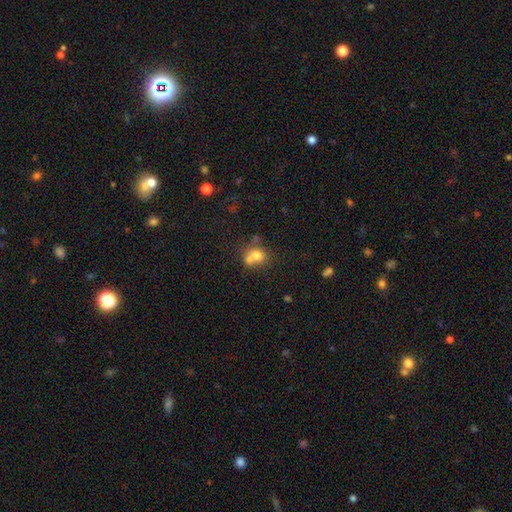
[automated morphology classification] A smooth galaxy with no disk features (71%) that is round (71%).

Vote fractions:
- Smooth or featured? smooth: 71% / featured or disk: 17% / star or artifact: 12%
- How rounded? round: 71% / in between: 28% / cigar-shaped: 1%
- Merging? merger: 51% / none: 35% / minor disturbance: 9% / major disturbance: 4%